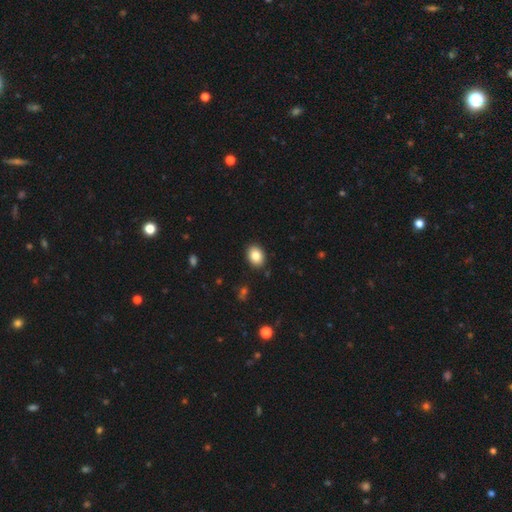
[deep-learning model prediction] smooth 85%, star or artifact 8%, featured or disk 7%. Down the decision tree: how rounded — in between (70%); merging — none (89%).